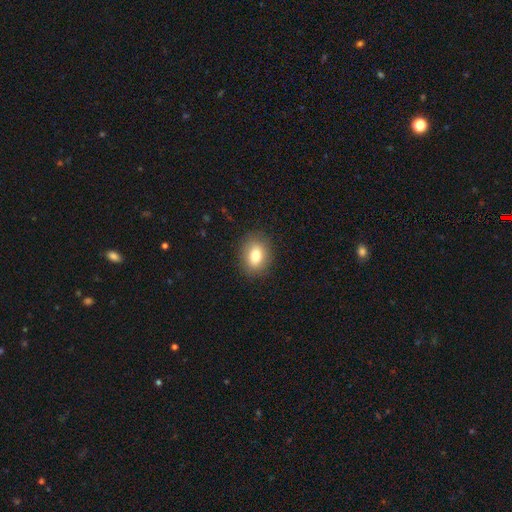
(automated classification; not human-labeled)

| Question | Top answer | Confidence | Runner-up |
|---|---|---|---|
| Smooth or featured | smooth | 78% | featured or disk (12%) |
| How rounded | in between | 61% | round (38%) |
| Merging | none | 88% | minor disturbance (9%) |